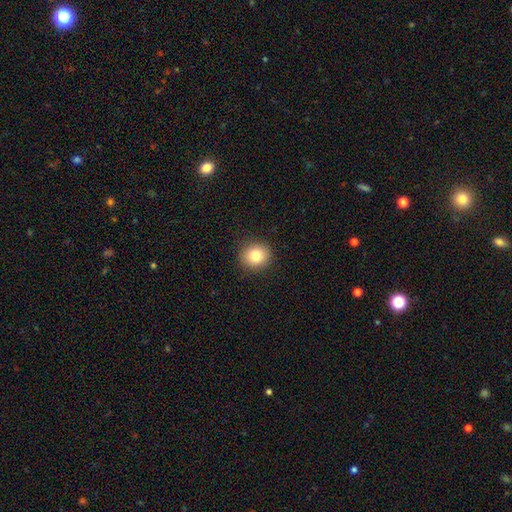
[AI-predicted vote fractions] Morphology: type=smooth (82%); roundness=round (85%); merging=none (91%).